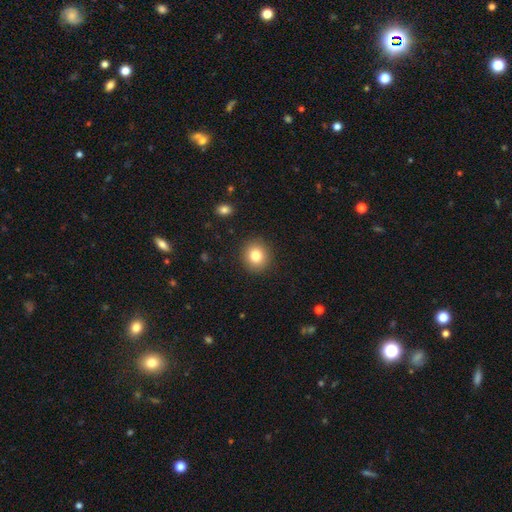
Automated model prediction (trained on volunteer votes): This appears to be a smooth galaxy with no disk features (82%) that is round (84%). Merging: none (90%).